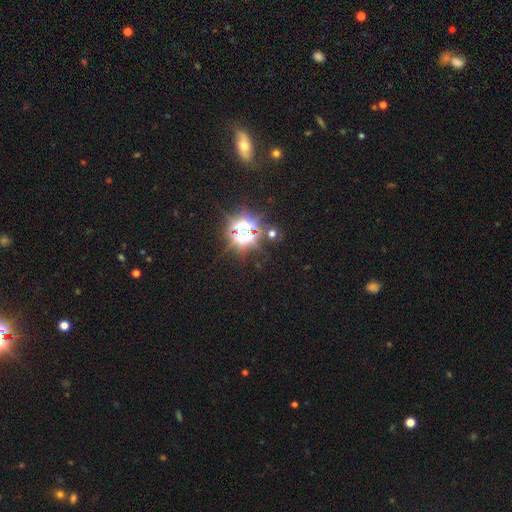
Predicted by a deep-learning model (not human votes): Smooth or featured: star or artifact — 80% (smooth — 13%)